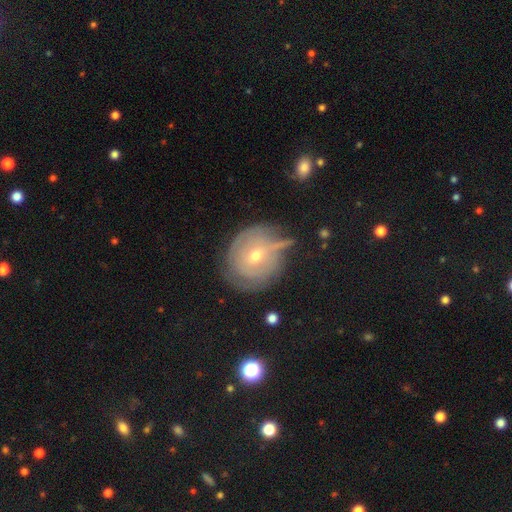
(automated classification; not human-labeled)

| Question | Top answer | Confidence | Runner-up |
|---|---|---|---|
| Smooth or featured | featured or disk | 64% | smooth (26%) |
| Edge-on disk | no | 95% | yes (5%) |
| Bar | no | 60% | weak (32%) |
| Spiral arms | yes | 73% | no (27%) |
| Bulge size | moderate | 51% | small (46%) |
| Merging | none | 58% | minor disturbance (25%) |